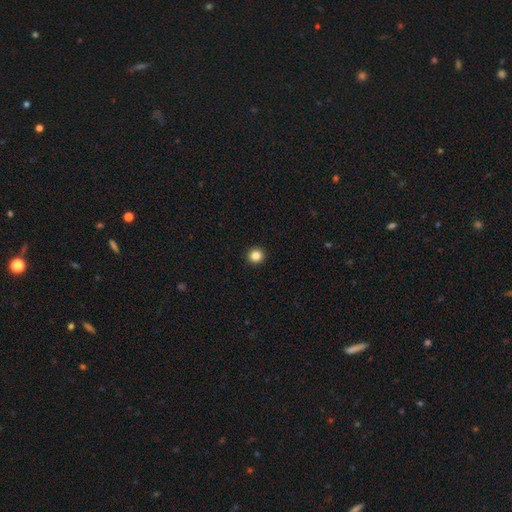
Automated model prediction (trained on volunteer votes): Overall: smooth (84%). How rounded: round (95%). Merging: none (94%).